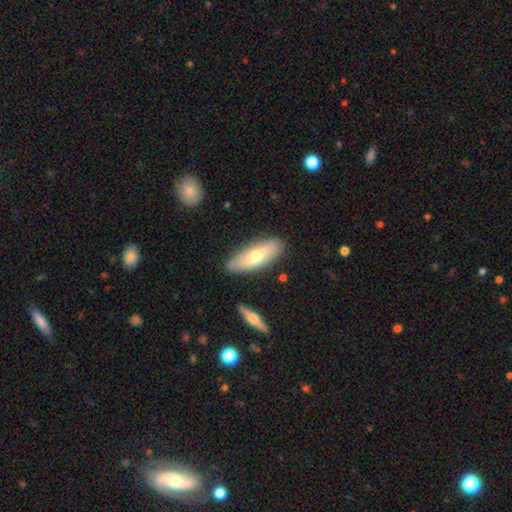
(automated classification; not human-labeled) This is possibly a smooth galaxy (57%). How rounded: likely in between (66%). Merging: clearly none (84%).